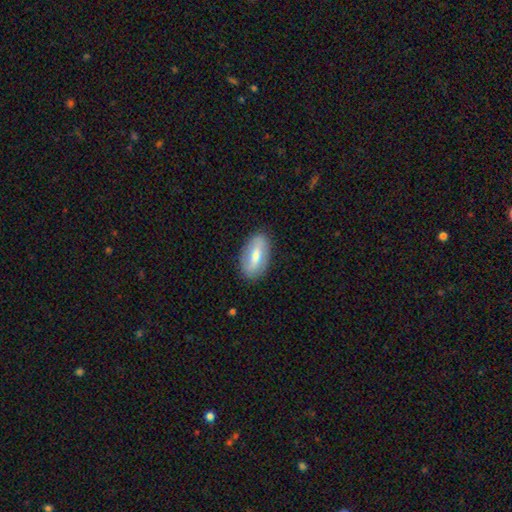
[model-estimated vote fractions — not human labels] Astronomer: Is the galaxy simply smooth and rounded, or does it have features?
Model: smooth — 60%.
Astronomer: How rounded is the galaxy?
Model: in between — 89%.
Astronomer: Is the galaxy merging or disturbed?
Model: none — 84%.